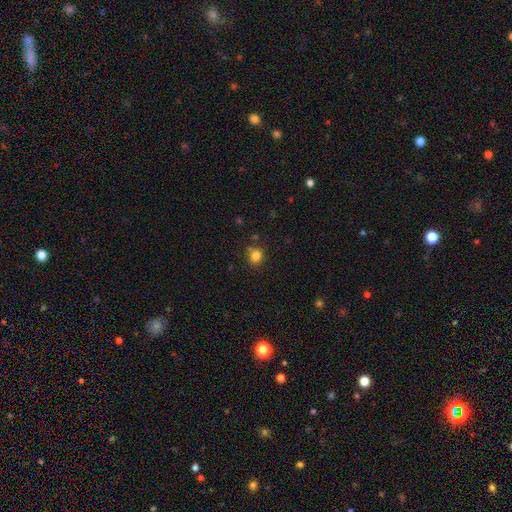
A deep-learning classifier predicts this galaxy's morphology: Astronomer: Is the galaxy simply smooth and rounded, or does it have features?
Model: smooth — 82%.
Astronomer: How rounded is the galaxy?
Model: round — 82%.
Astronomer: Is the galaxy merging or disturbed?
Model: none — 81%.